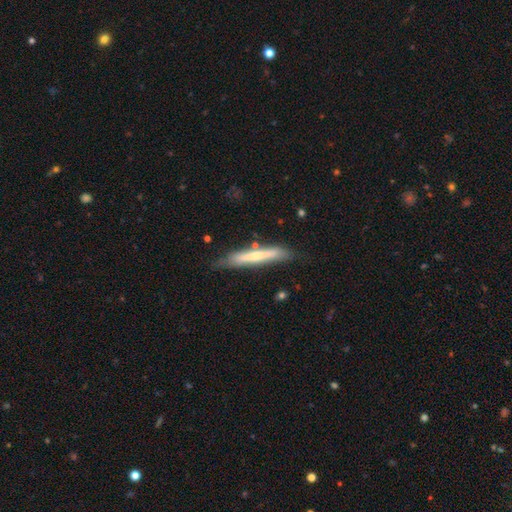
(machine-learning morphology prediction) Smooth or featured? smooth (53%)
How rounded? cigar-shaped (94%)
Merging? none (76%)